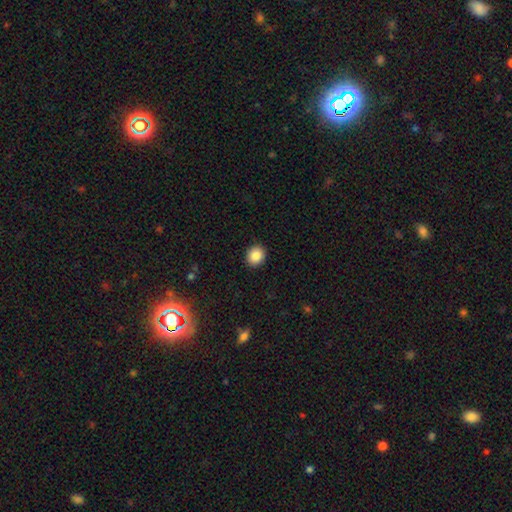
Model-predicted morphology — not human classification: smooth_or_featured: smooth (p=0.86) [alt: star or artifact p=0.09]
how_rounded: round (p=0.76) [alt: in between p=0.23]
merging: none (p=0.92) [alt: minor disturbance p=0.05]